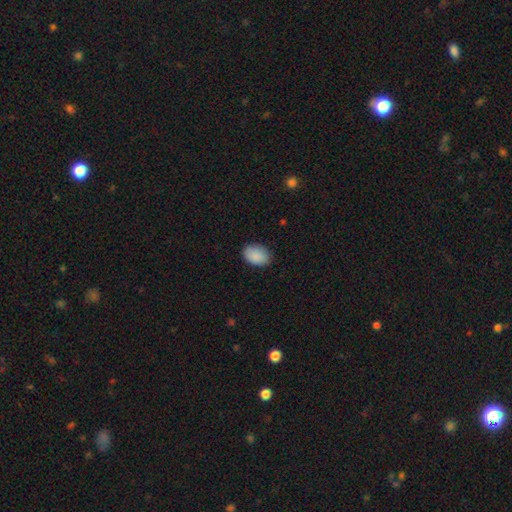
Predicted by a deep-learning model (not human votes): The model was most divided on "how rounded": in between: 82%, round: 17%, cigar-shaped: 1%. More confident: smooth or featured — smooth (89%); merging — none (84%).